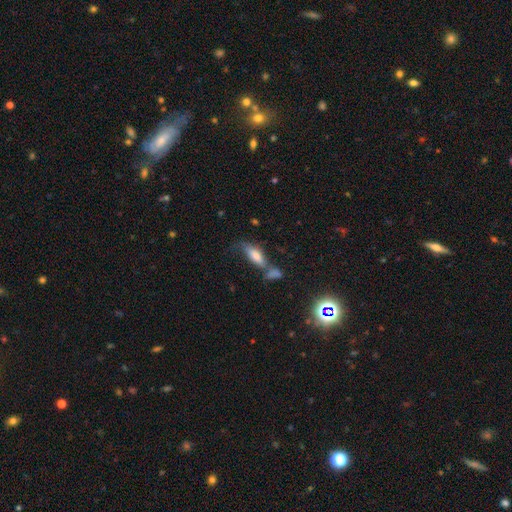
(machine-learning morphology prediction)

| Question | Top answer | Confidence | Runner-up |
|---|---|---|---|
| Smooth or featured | smooth | 68% | featured or disk (21%) |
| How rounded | in between | 75% | cigar-shaped (22%) |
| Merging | merger | 34% | none (33%) |